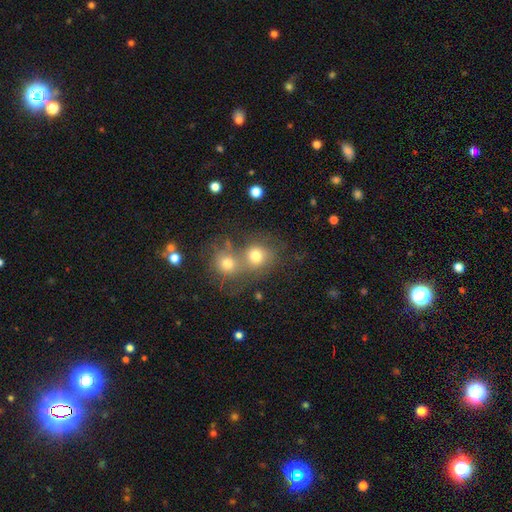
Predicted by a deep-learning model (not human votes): Smooth or featured? smooth (70%)
How rounded? round (75%)
Merging? merger (62%)